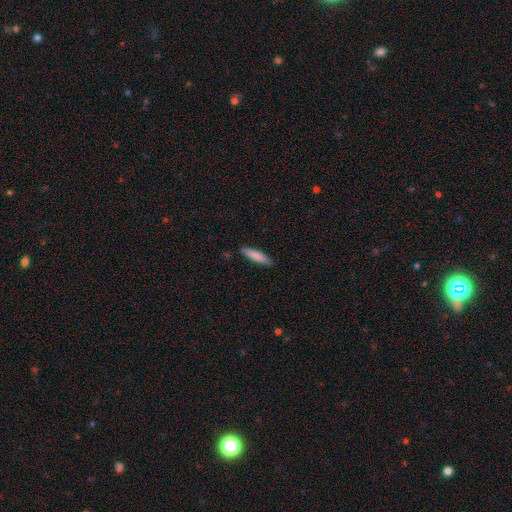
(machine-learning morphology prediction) A smooth galaxy with no disk features (80%) that is cigar-shaped (86%).

Vote fractions:
- Smooth or featured? smooth: 80% / featured or disk: 14% / star or artifact: 6%
- How rounded? cigar-shaped: 86% / in between: 12% / round: 1%
- Merging? none: 89% / minor disturbance: 8% / major disturbance: 2% / merger: 1%